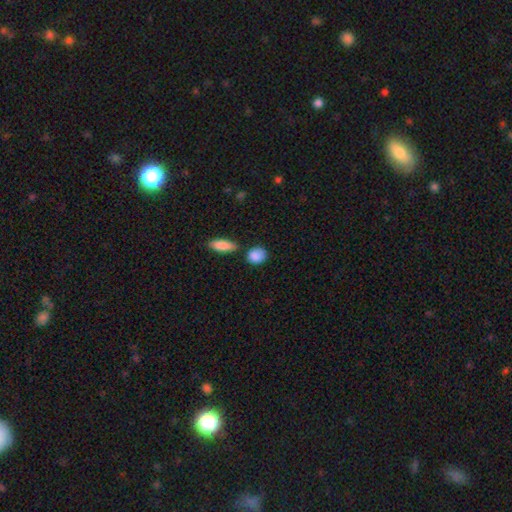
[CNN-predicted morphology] Smooth or featured?
  - smooth: 89% *
  - star or artifact: 7%
  - featured or disk: 4%
How rounded?
  - round: 58% *
  - in between: 39%
  - cigar-shaped: 3%
Merging?
  - none: 72% *
  - minor disturbance: 15%
  - merger: 9%
  - major disturbance: 4%